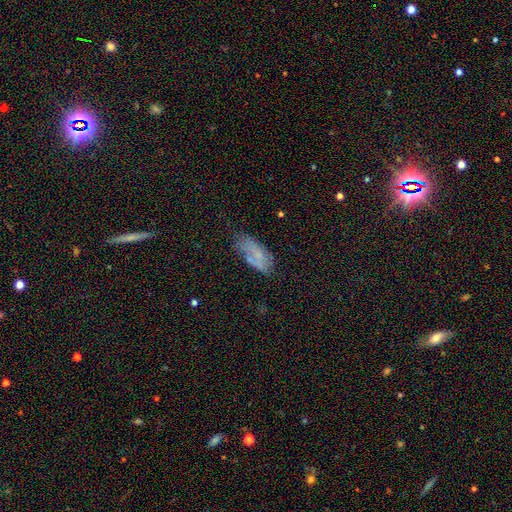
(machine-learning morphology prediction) This appears to be a smooth galaxy with no disk features (58%) that is in between round and cigar-shaped (86%). Merging: none (53%).